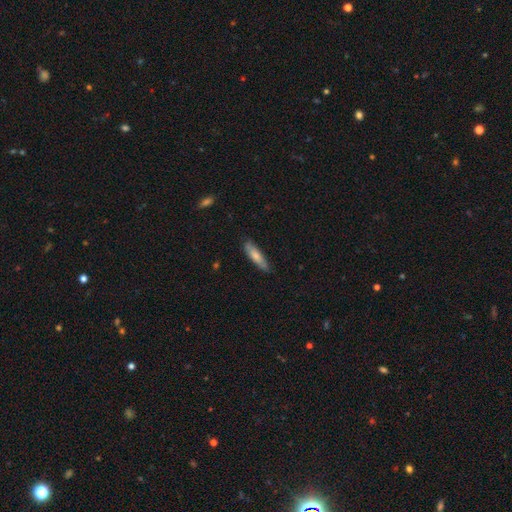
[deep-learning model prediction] Q: Smooth or featured?
A: smooth (72%); runner-up: featured or disk (22%)
Q: How rounded?
A: cigar-shaped (74%); runner-up: in between (25%)
Q: Merging?
A: none (79%); runner-up: minor disturbance (17%)